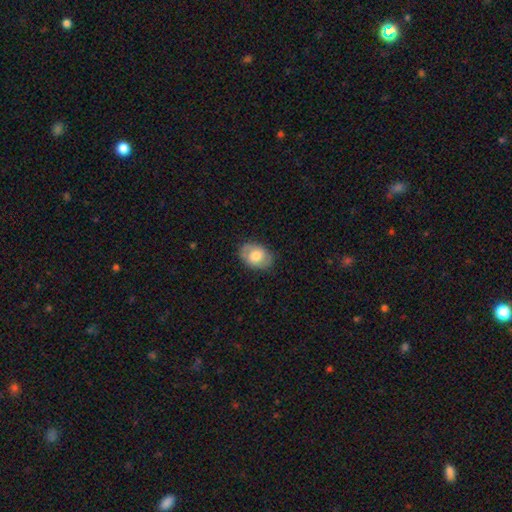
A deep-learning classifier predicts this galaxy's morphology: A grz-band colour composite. It shows a smooth galaxy with no disk features (65%) that is in between round and cigar-shaped (79%). Merging: none (80%).